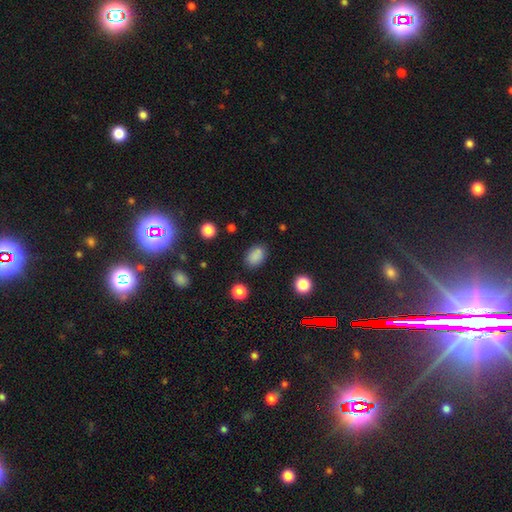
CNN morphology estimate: Smooth or featured: smooth — 84% (star or artifact — 11%)
How rounded: in between — 80% (round — 19%)
Merging: none — 79% (minor disturbance — 13%)